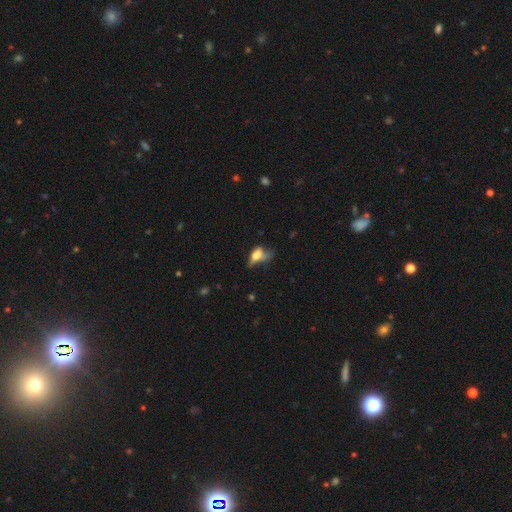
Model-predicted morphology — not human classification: smooth_or_featured: smooth (p=0.58) [alt: featured or disk p=0.30]
how_rounded: in between (p=0.81) [alt: cigar-shaped p=0.10]
merging: major disturbance (p=0.44) [alt: minor disturbance p=0.26]